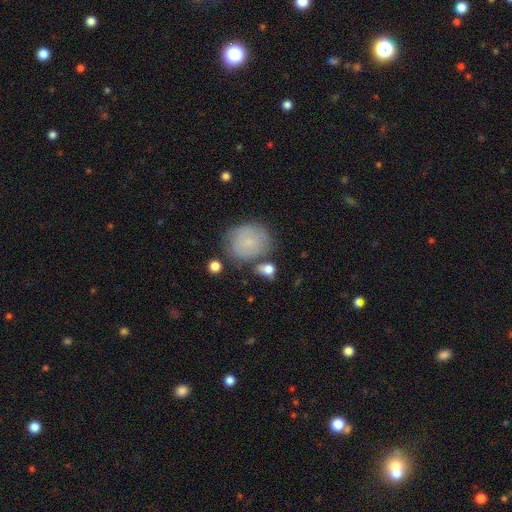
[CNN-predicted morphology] Smooth or featured?
  - smooth: 54% *
  - star or artifact: 29%
  - featured or disk: 18%
How rounded?
  - round: 86% *
  - in between: 12%
  - cigar-shaped: 1%
Merging?
  - none: 78% *
  - minor disturbance: 12%
  - merger: 5%
  - major disturbance: 4%